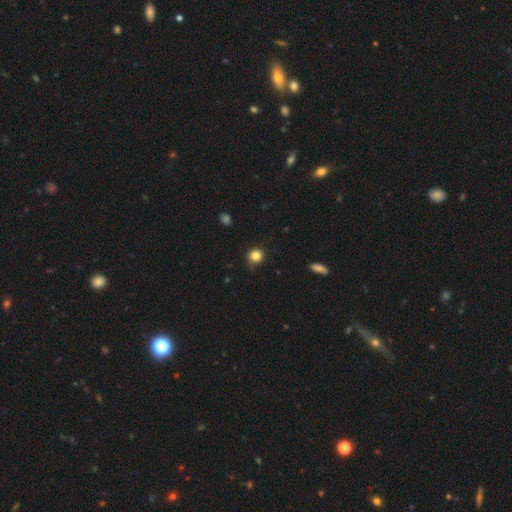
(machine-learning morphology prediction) This appears to be a smooth galaxy with no disk features (84%) that is round (87%). Merging: none (81%).